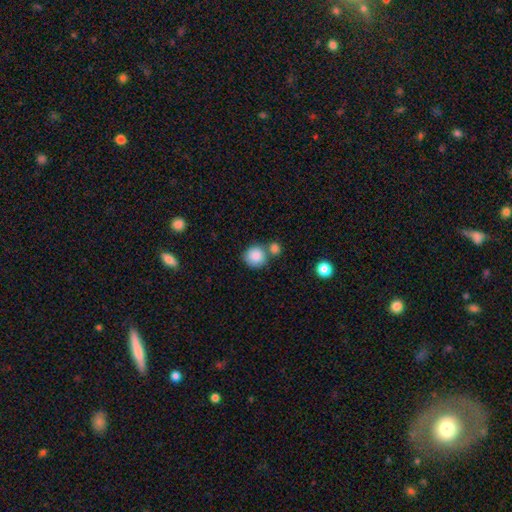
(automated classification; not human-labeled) A smooth galaxy with no disk features (87%) that is round (89%). Merging: none (58%).